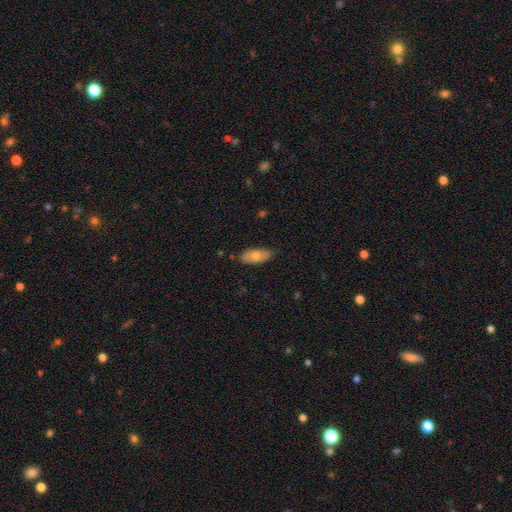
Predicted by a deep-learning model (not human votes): Smooth or featured? Predicted: smooth (p=0.70). How rounded? Predicted: in between (p=0.86). Merging? Predicted: none (p=0.77).